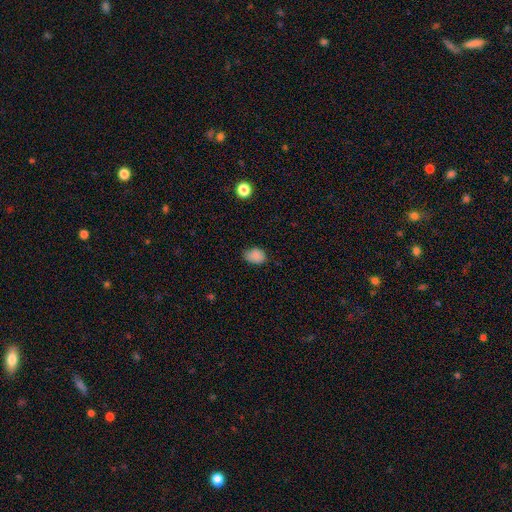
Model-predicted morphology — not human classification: Q: Smooth or featured?
A: smooth (85%); runner-up: star or artifact (10%)
Q: How rounded?
A: in between (73%); runner-up: round (26%)
Q: Merging?
A: none (66%); runner-up: minor disturbance (27%)